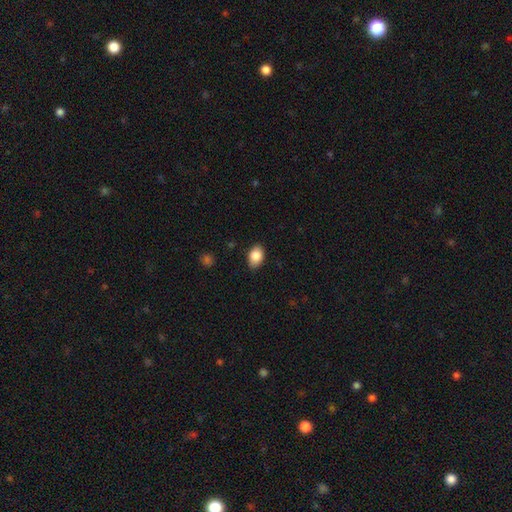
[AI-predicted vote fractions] smooth 87%, star or artifact 7%, featured or disk 6%. Down the decision tree: how rounded — in between (85%); merging — none (85%).